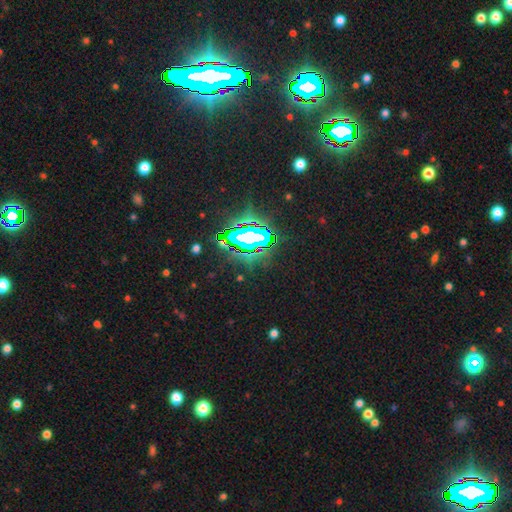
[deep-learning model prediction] This appears to be a star or artifact, not a galaxy (78%).